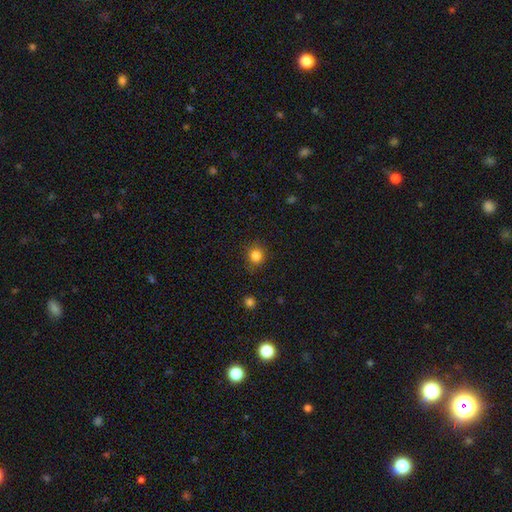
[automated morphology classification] Smooth or featured: smooth — 83% (star or artifact — 12%)
How rounded: round — 86% (in between — 13%)
Merging: none — 85% (minor disturbance — 11%)